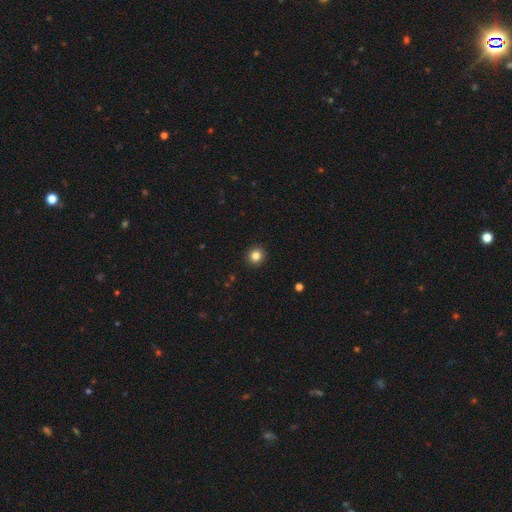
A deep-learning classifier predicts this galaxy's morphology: type=smooth (84%); roundness=round (92%); merging=none (93%).